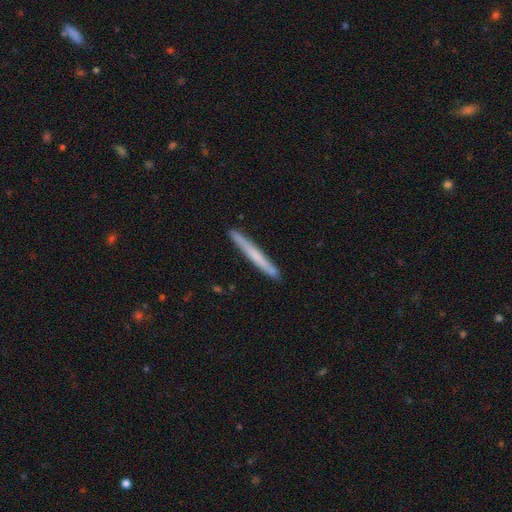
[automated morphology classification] A smooth galaxy with no disk features (55%) that is cigar-shaped (97%).

Vote fractions:
- Smooth or featured? smooth: 55% / featured or disk: 39% / star or artifact: 6%
- How rounded? cigar-shaped: 97% / in between: 2% / round: 1%
- Merging? none: 90% / minor disturbance: 7% / merger: 1% / major disturbance: 1%